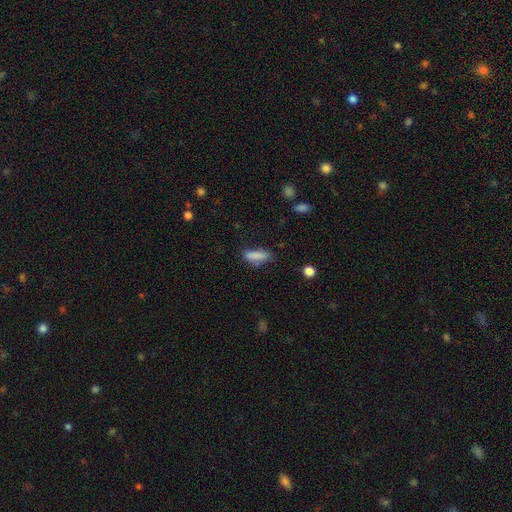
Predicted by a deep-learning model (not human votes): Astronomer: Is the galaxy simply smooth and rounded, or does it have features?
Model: smooth — 82%.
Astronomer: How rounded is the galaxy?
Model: cigar-shaped — 52% (runner-up: in between, 45%).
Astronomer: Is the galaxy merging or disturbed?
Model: none — 66%.